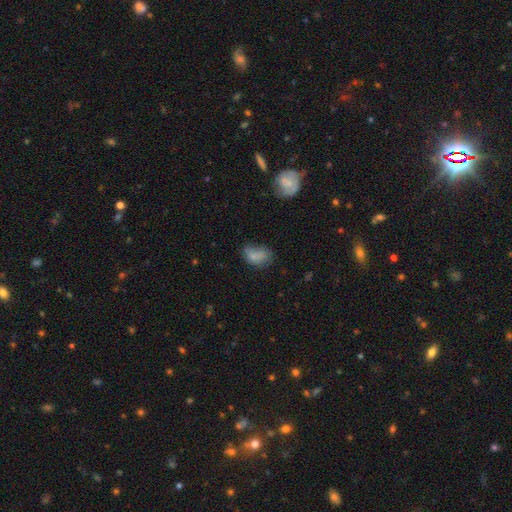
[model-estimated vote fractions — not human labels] This is likely a smooth galaxy (74%). How rounded: clearly in between (84%). Merging: marginally none (42%).